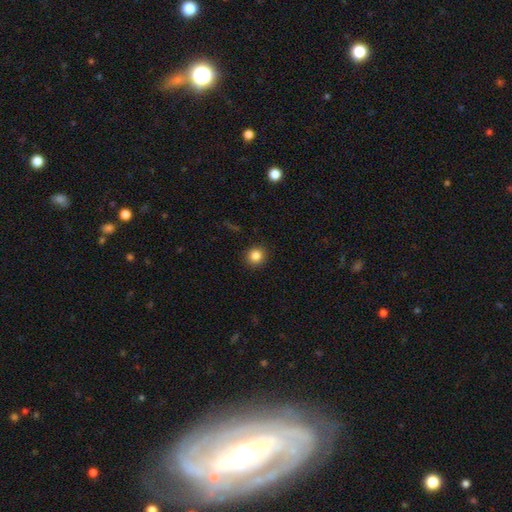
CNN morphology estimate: type=smooth (85%); roundness=round (92%); merging=none (91%).